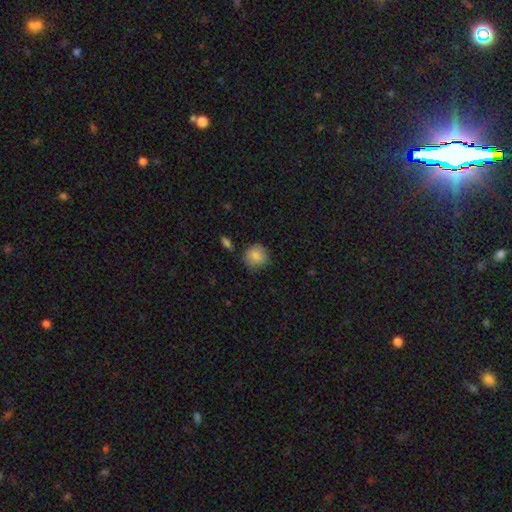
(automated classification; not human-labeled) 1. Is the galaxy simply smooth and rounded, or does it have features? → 84% smooth, 8% featured or disk, 8% star or artifact.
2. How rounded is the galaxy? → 86% round, 13% in between, 1% cigar-shaped.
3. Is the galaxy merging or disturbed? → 74% none, 19% minor disturbance, 4% major disturbance, 3% merger.